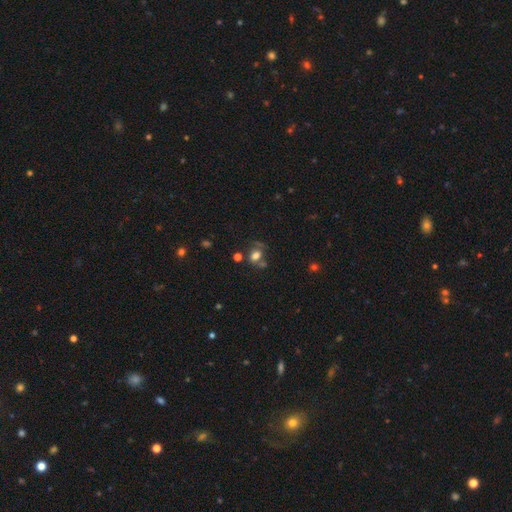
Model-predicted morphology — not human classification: Overall: smooth (63%). How rounded: in between (57%; round 41%). Merging: none (43%; merger 23%).